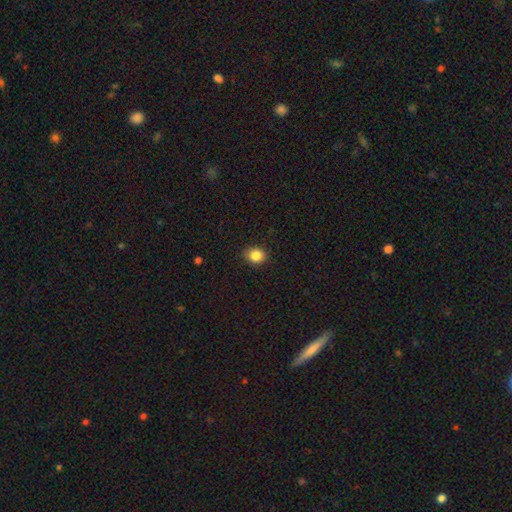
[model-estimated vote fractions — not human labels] This appears to be a smooth galaxy with no disk features (85%) that is round (53%). Merging: none (88%).